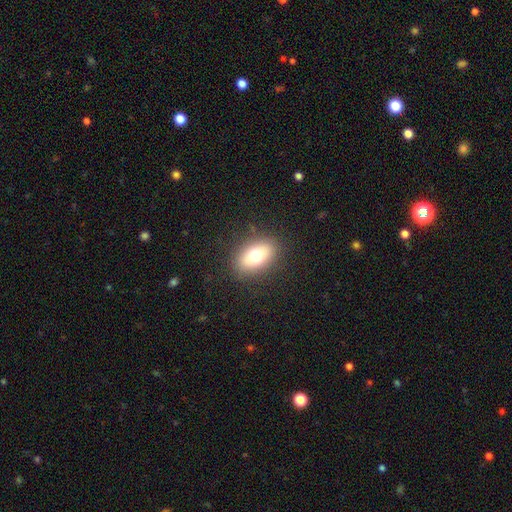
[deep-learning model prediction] Q: Smooth or featured?
A: smooth (71%); runner-up: featured or disk (19%)
Q: How rounded?
A: in between (83%); runner-up: round (14%)
Q: Merging?
A: none (86%); runner-up: minor disturbance (10%)